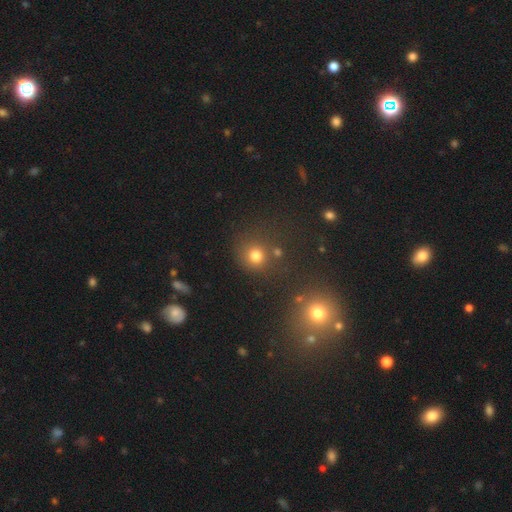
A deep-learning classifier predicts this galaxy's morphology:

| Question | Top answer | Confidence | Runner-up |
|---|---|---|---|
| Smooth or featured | smooth | 74% | star or artifact (19%) |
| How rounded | round | 89% | in between (10%) |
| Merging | none | 71% | merger (13%) |